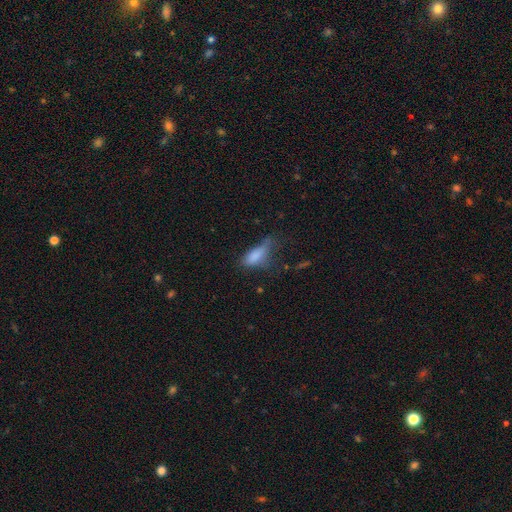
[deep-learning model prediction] smooth 77%, featured or disk 12%, star or artifact 10%. Down the decision tree: how rounded — in between (74%); merging — minor disturbance (35%).